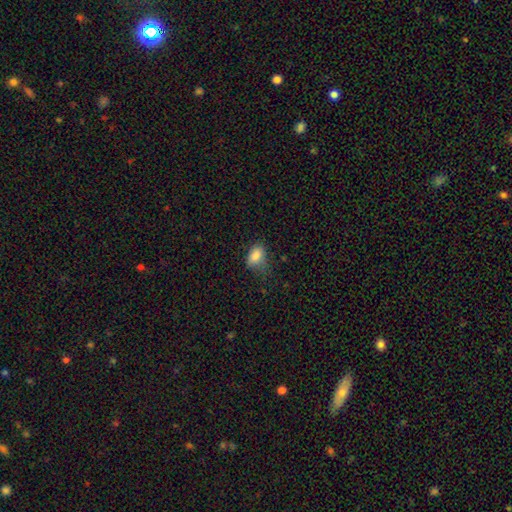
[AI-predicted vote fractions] Morphology: type=smooth (85%); roundness=in between (86%); merging=none (53%).